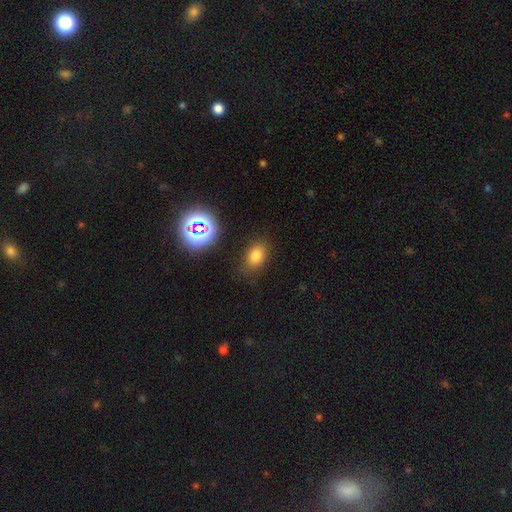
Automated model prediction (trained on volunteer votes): smooth-or-featured: smooth: 74% | star or artifact: 18% | featured or disk: 8%
  how-rounded: in between: 78% | round: 20% | cigar-shaped: 1%
  merging: none: 81% | minor disturbance: 13% | major disturbance: 4% | merger: 2%